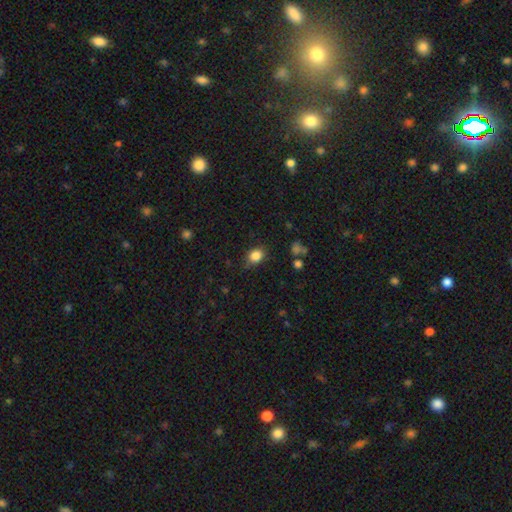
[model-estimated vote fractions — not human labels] This is clearly a smooth galaxy (84%). How rounded: possibly in between (52%). Merging: likely none (77%).